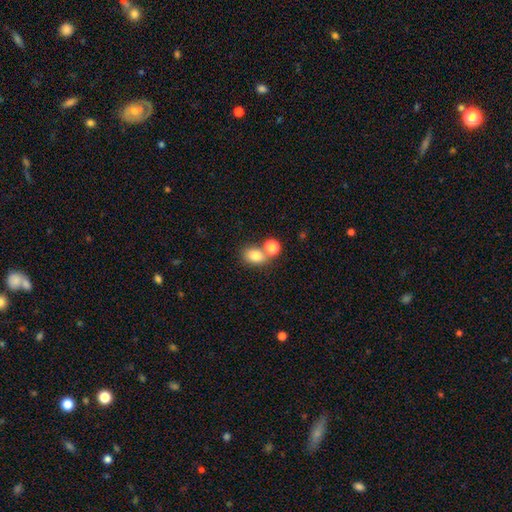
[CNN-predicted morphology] The model was most divided on "how rounded": in between: 59%, round: 40%, cigar-shaped: 1%. More confident: smooth or featured — smooth (80%); merging — none (53%).